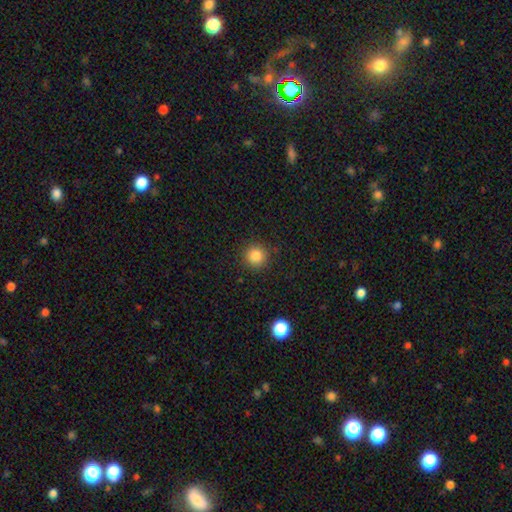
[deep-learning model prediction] A smooth galaxy with no disk features (85%) that is round (94%). Merging: none (90%).